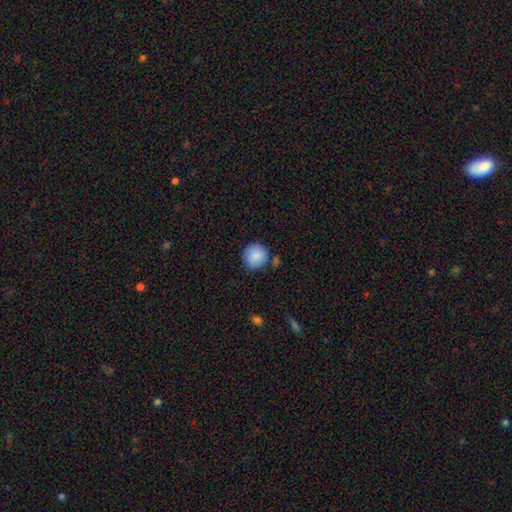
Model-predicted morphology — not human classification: Smooth or featured?
  - smooth: 88% *
  - star or artifact: 7%
  - featured or disk: 5%
How rounded?
  - round: 91% *
  - in between: 8%
  - cigar-shaped: 1%
Merging?
  - none: 80% *
  - minor disturbance: 12%
  - merger: 5%
  - major disturbance: 3%